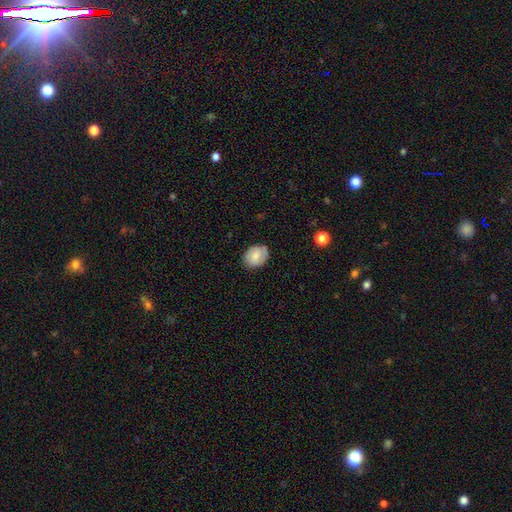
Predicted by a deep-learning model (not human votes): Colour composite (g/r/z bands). It shows a smooth galaxy with no disk features (76%) that is in between round and cigar-shaped (64%). Merging: none (82%).